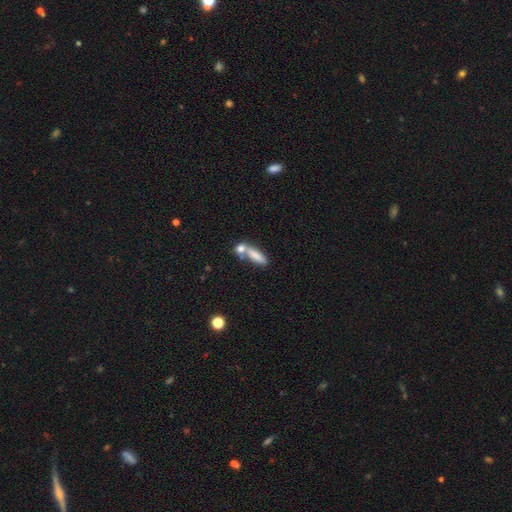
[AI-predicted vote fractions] This appears to be a smooth galaxy with no disk features (76%) that is cigar-shaped (52%). Merging: merger (44%).